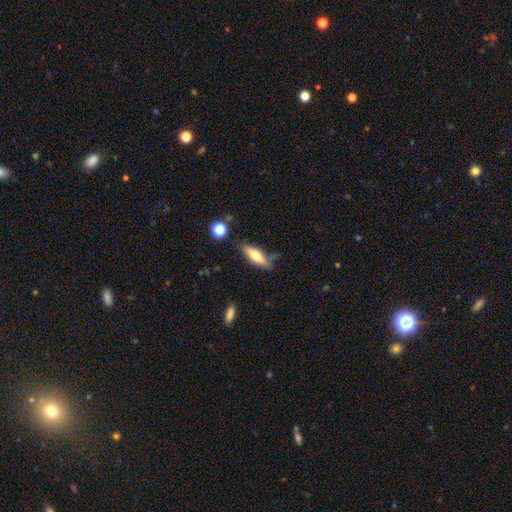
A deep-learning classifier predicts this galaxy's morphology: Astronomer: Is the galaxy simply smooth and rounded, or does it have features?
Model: smooth — 62%.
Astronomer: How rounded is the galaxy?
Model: cigar-shaped — 49%, tied with in between at 49%.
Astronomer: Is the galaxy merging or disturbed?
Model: none — 69%.